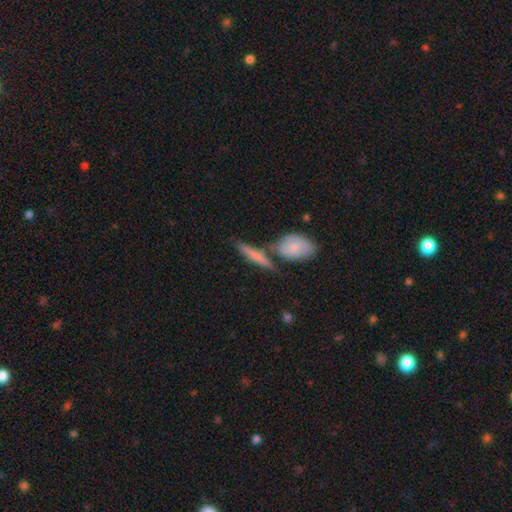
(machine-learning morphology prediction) Q: Smooth or featured?
A: smooth (57%); runner-up: featured or disk (36%)
Q: How rounded?
A: cigar-shaped (72%); runner-up: in between (22%)
Q: Merging?
A: none (59%); runner-up: merger (24%)